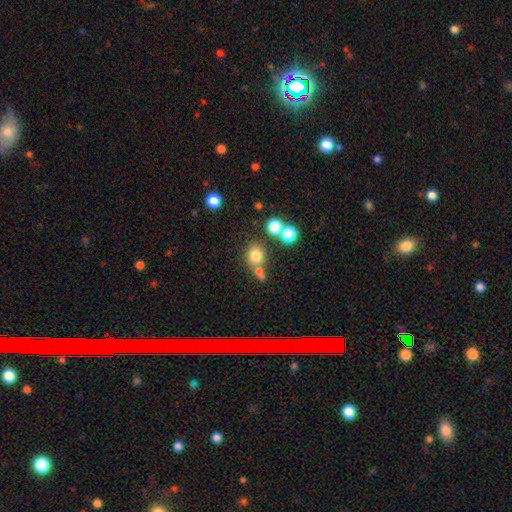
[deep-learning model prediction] This appears to be a smooth galaxy with no disk features (76%) that is round (80%). Merging: none (63%).